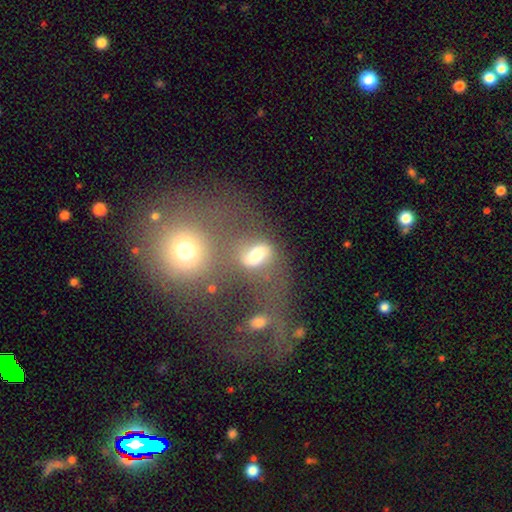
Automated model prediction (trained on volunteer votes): The model was most divided on "smooth or featured": smooth: 47%, featured or disk: 39%, star or artifact: 14%. Remaining: merging — none (48%).